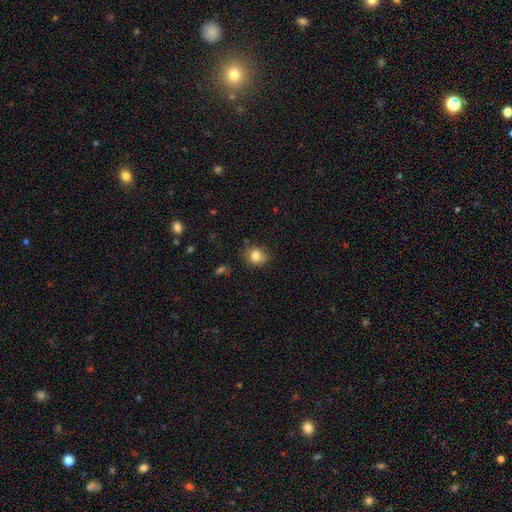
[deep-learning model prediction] Smooth or featured? Predicted: smooth (p=0.81). How rounded? Predicted: round (p=0.63). Merging? Predicted: none (p=0.76).